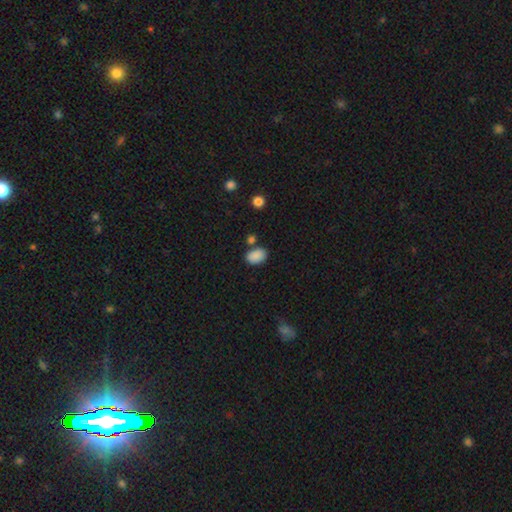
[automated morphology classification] Smooth or featured: smooth — 88% (star or artifact — 8%)
How rounded: in between — 85% (round — 14%)
Merging: none — 73% (minor disturbance — 13%)